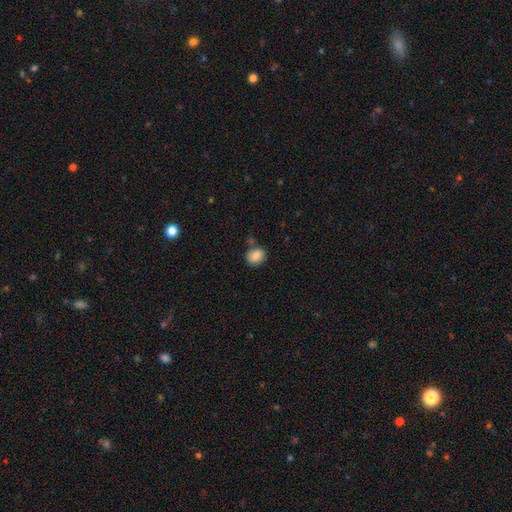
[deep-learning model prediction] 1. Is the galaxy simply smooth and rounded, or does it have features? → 85% smooth, 9% star or artifact, 6% featured or disk.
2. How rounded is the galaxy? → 52% round, 47% in between, 1% cigar-shaped.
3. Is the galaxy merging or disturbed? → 69% none, 17% minor disturbance, 10% merger, 4% major disturbance.